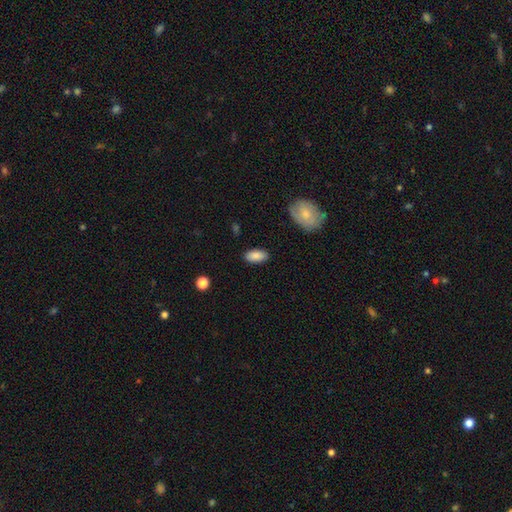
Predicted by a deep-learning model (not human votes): Morphology: type=smooth (87%); roundness=in between (92%); merging=none (88%).